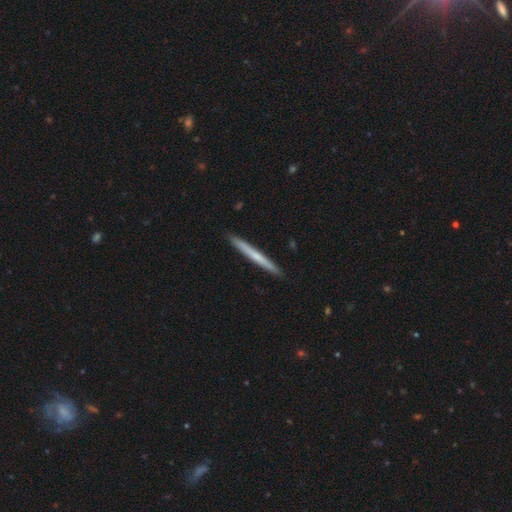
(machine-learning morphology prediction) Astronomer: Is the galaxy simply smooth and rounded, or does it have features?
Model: smooth — 50% (runner-up: featured or disk, 45%).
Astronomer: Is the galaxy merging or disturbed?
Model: none — 92%.